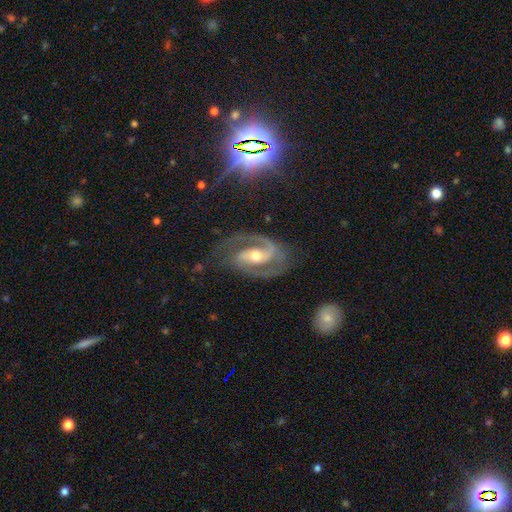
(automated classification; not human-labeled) A featured or disk galaxy (89%) with a strong bar (40%), 2 (91%) medium (58%) spiral arms (98%) and a moderate central bulge (59%). Merging: none (74%).